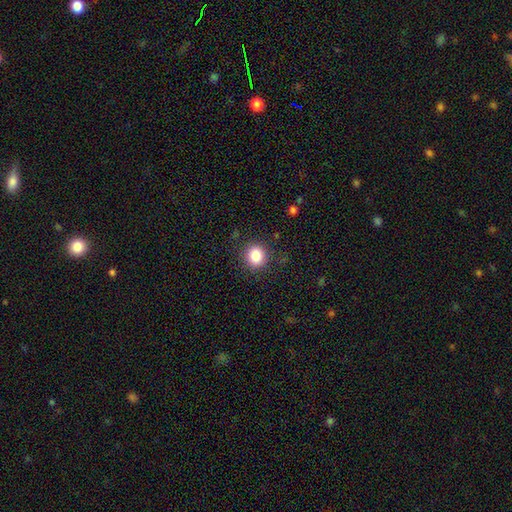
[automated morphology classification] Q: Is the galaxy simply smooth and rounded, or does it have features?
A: smooth — 85%.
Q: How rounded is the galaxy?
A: round — 85%.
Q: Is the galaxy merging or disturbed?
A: none — 88%.